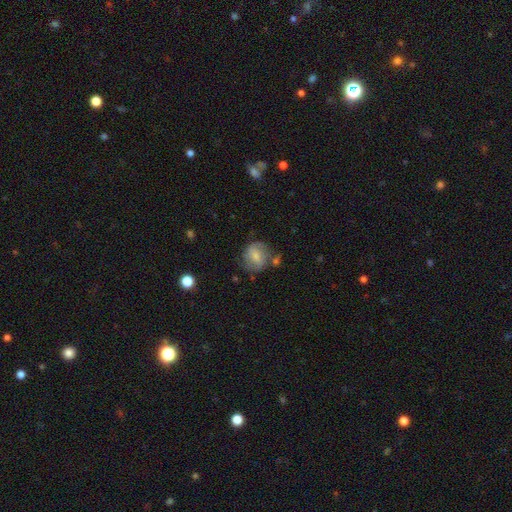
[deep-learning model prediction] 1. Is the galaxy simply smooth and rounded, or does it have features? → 51% smooth, 41% featured or disk, 8% star or artifact.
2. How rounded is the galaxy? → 73% round, 26% in between, 1% cigar-shaped.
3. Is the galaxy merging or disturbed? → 59% none, 23% minor disturbance, 10% major disturbance, 8% merger.